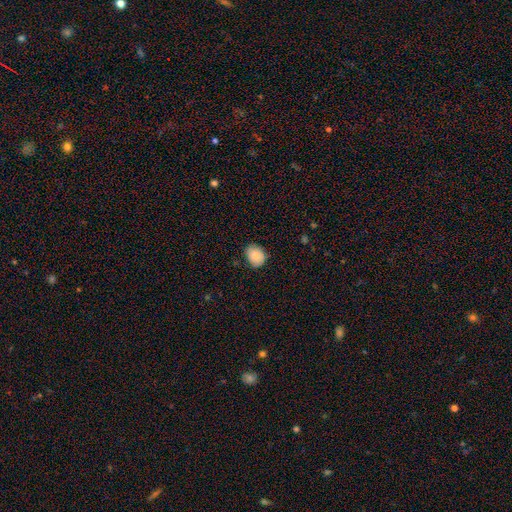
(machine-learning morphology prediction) Smooth or featured? smooth (84%)
How rounded? in between (52%)
Merging? none (75%)